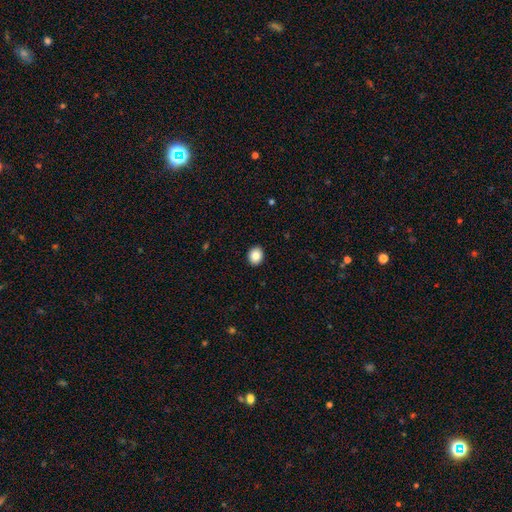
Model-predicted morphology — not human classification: This is clearly a smooth galaxy (86%). How rounded: likely round (63%). Merging: clearly none (92%).